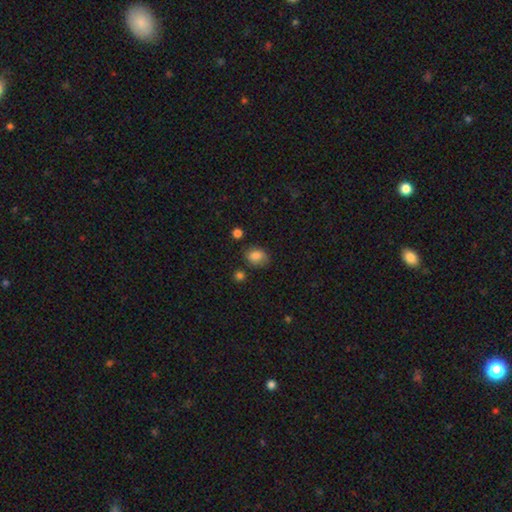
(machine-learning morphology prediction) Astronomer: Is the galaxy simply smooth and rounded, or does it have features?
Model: smooth — 81%.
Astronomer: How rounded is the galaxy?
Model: in between — 55% (runner-up: round, 44%).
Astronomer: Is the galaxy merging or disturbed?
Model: none — 67%.